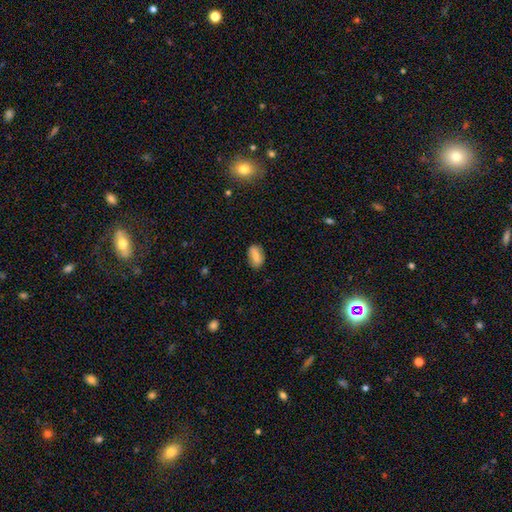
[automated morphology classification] Smooth or featured? smooth (75%)
How rounded? in between (88%)
Merging? none (79%)